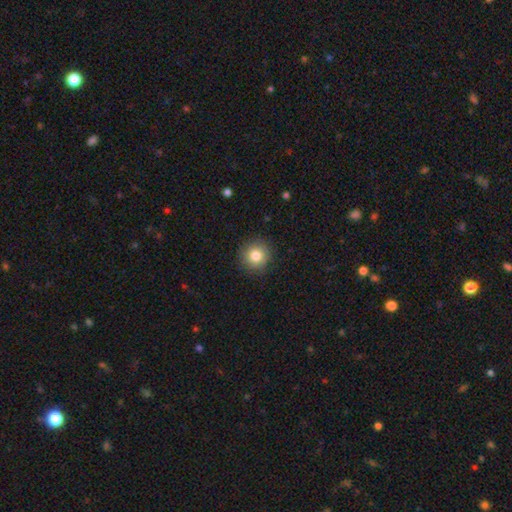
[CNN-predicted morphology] Smooth or featured?
  - smooth: 82% *
  - star or artifact: 10%
  - featured or disk: 8%
How rounded?
  - round: 93% *
  - in between: 6%
  - cigar-shaped: 1%
Merging?
  - none: 89% *
  - minor disturbance: 8%
  - major disturbance: 2%
  - merger: 1%